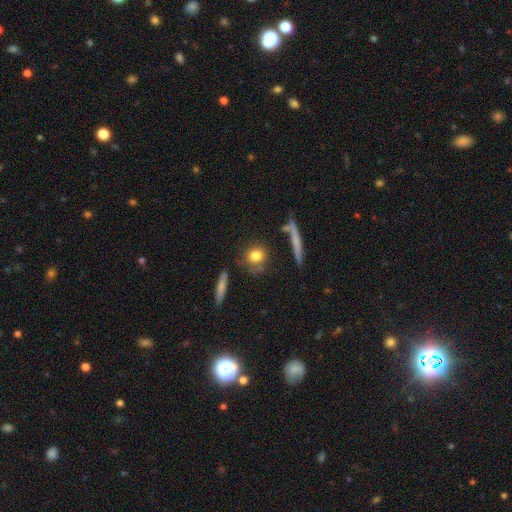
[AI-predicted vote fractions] A smooth galaxy with no disk features (79%) that is round (62%). Merging: none (70%).